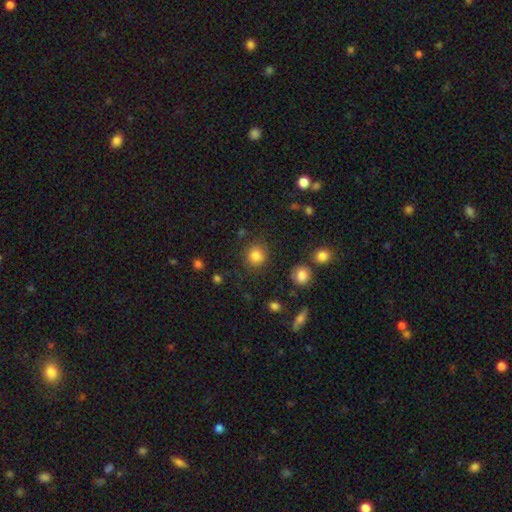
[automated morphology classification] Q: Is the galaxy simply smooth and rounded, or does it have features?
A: smooth — 83%.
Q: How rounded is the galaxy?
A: round — 84%.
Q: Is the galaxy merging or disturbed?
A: none — 82%.